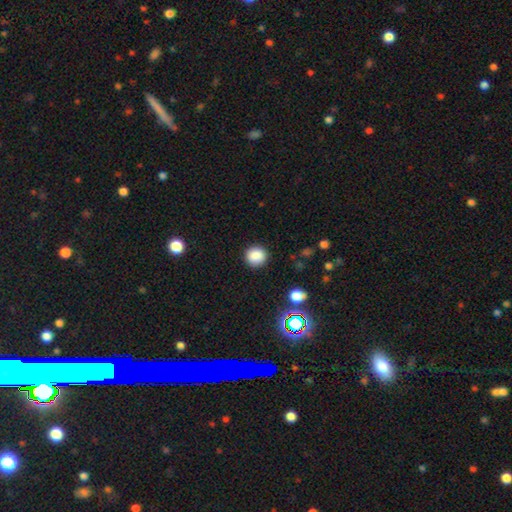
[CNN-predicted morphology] smooth_or_featured: smooth (p=0.85) [alt: star or artifact p=0.11]
how_rounded: round (p=0.88) [alt: in between p=0.11]
merging: none (p=0.89) [alt: minor disturbance p=0.07]